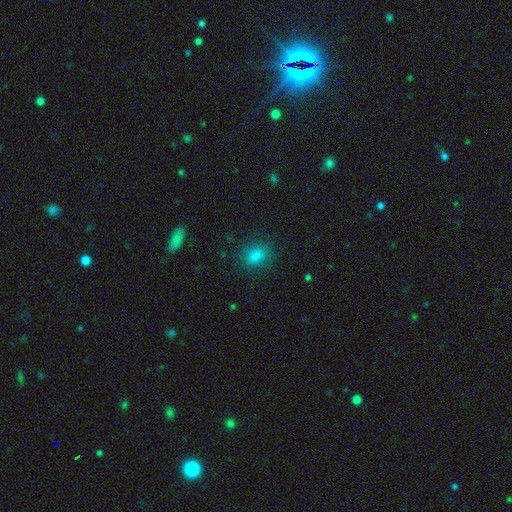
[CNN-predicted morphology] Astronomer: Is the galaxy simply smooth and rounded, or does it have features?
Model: smooth — 82%.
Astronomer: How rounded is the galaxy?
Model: in between — 57% (runner-up: round, 41%).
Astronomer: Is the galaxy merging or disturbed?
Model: none — 85%.